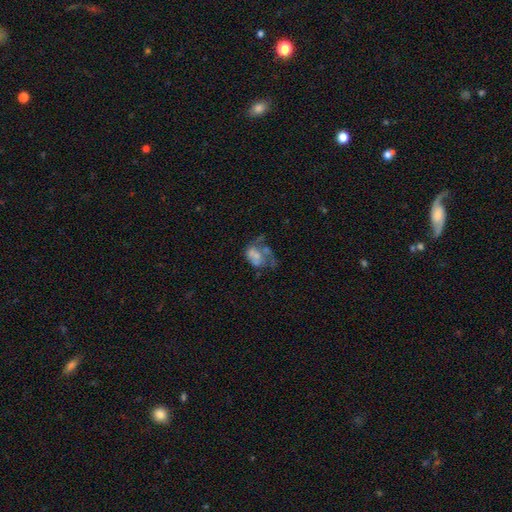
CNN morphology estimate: This appears to be a featured or disk galaxy (51%) with no bar (86%), no spiral arms (80%) and no central bulge (36%). Merging: major disturbance (36%).